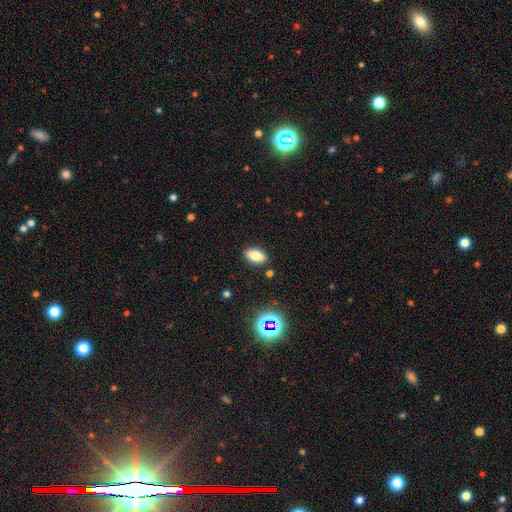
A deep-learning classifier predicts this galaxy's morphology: Q: Smooth or featured?
A: smooth (79%); runner-up: star or artifact (12%)
Q: How rounded?
A: in between (90%); runner-up: round (6%)
Q: Merging?
A: none (87%); runner-up: minor disturbance (9%)